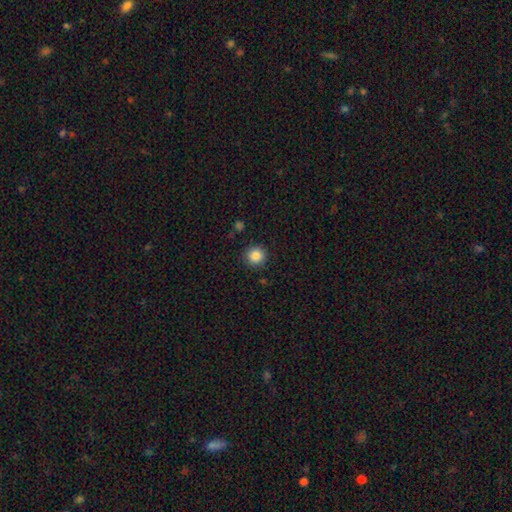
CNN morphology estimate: The model was most divided on "smooth or featured": smooth: 86%, star or artifact: 10%, featured or disk: 4%. More confident: how rounded — round (94%); merging — none (90%).